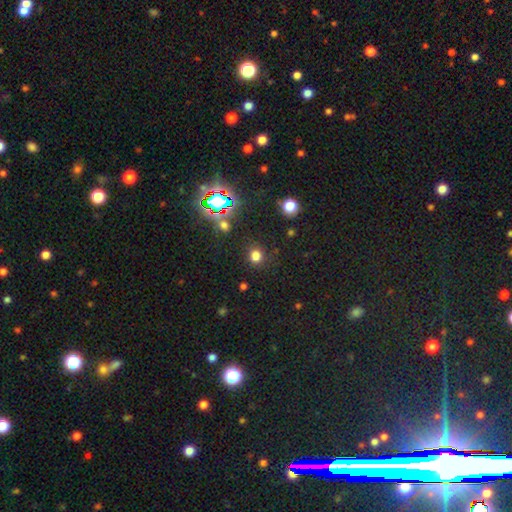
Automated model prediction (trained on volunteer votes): Smooth or featured: smooth — 68% (star or artifact — 26%)
How rounded: round — 79% (in between — 19%)
Merging: none — 81% (minor disturbance — 10%)